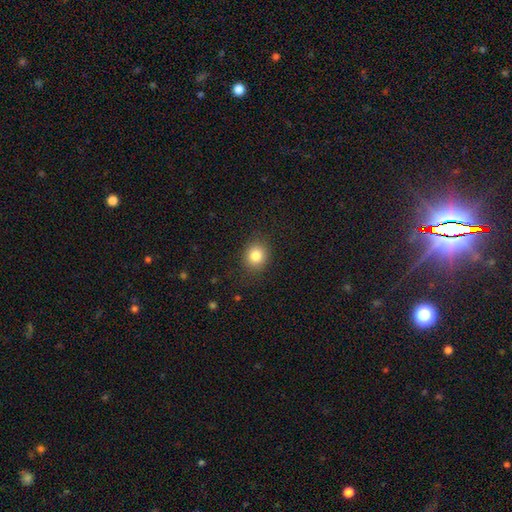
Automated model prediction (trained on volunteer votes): The model was most divided on "how rounded": round: 77%, in between: 22%, cigar-shaped: 1%. More confident: merging — none (87%); smooth or featured — smooth (83%).